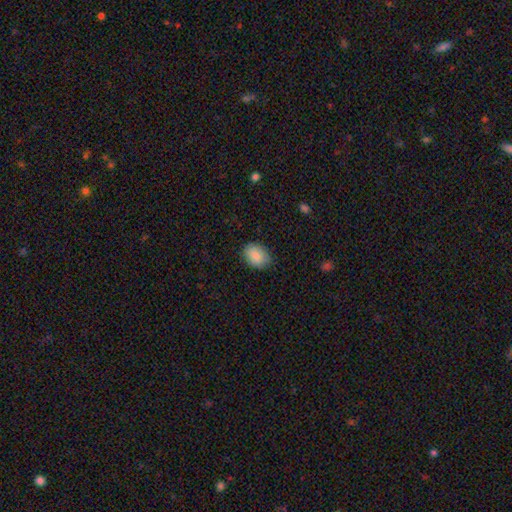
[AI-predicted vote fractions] Smooth or featured?
  - smooth: 87% *
  - star or artifact: 7%
  - featured or disk: 5%
How rounded?
  - in between: 67% *
  - round: 32%
  - cigar-shaped: 1%
Merging?
  - none: 84% *
  - minor disturbance: 12%
  - major disturbance: 3%
  - merger: 1%